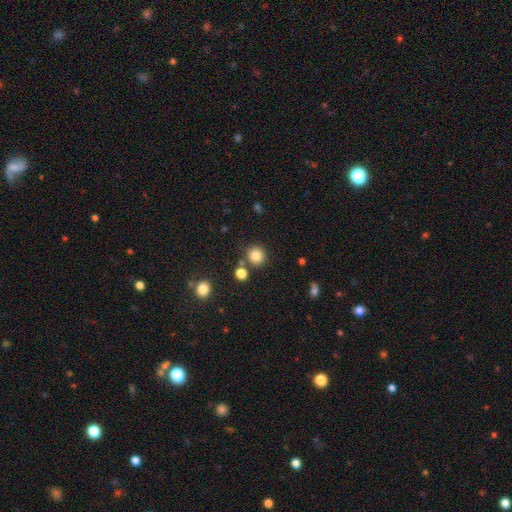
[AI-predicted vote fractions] This is clearly a smooth galaxy (83%). How rounded: clearly round (91%). Merging: clearly none (81%).